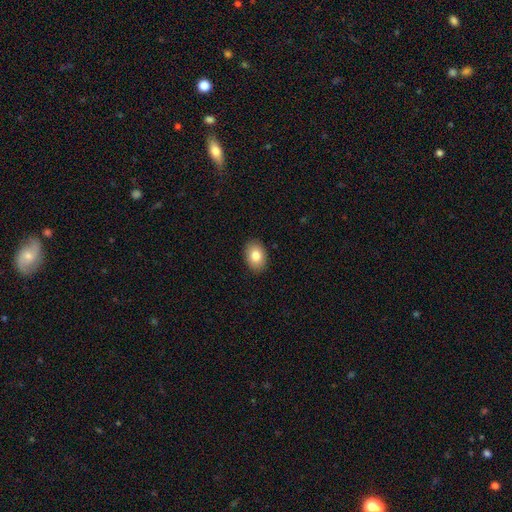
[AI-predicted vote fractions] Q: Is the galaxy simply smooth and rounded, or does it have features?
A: smooth — 82%.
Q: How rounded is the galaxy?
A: in between — 80%.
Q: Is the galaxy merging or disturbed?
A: none — 90%.